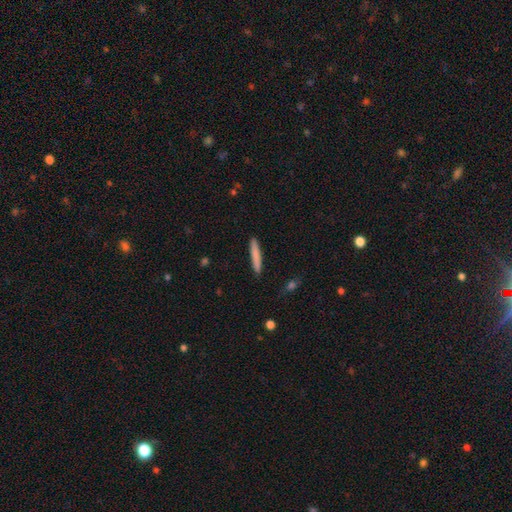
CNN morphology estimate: This is likely a smooth galaxy (79%). How rounded: clearly cigar-shaped (94%). Merging: clearly none (89%).